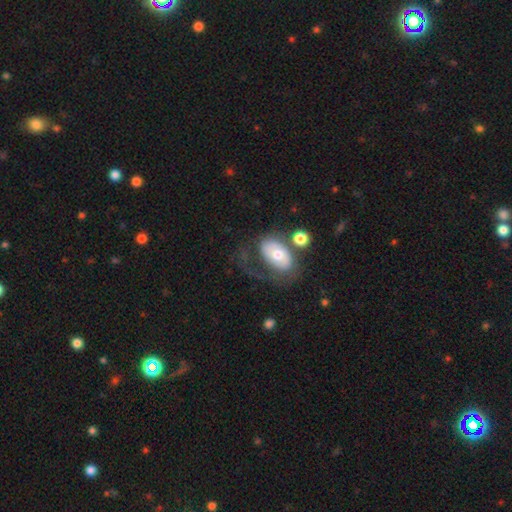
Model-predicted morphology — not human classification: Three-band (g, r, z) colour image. It shows a featured or disk galaxy (52%). Merging: major disturbance (37%).